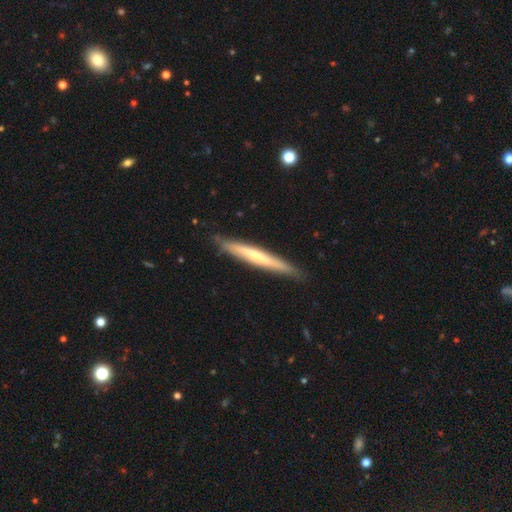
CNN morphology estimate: This is possibly a featured or disk galaxy (55%). It is clearly viewed edge-on (94%). Edge-on bulge: possibly rounded (50%). Merging: clearly none (88%).